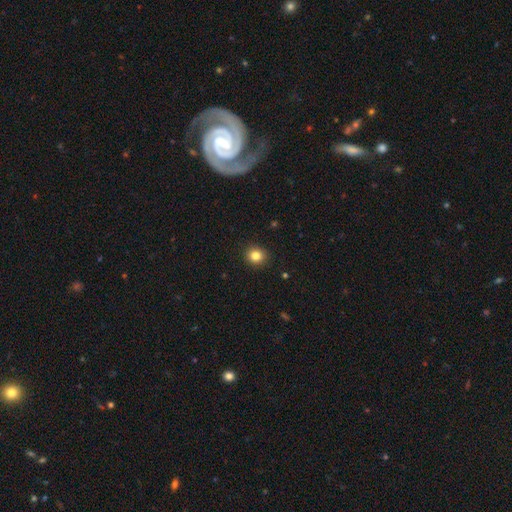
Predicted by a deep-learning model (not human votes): The model was most divided on "smooth or featured": smooth: 83%, star or artifact: 11%, featured or disk: 6%. More confident: merging — none (92%); how rounded — round (86%).